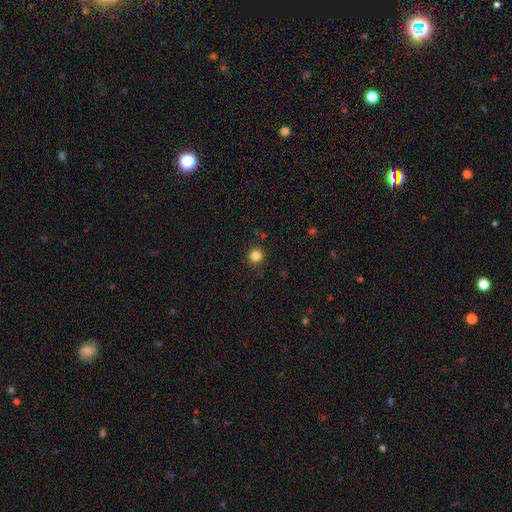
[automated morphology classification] Smooth or featured: smooth — 84% (star or artifact — 12%)
How rounded: round — 95% (in between — 4%)
Merging: none — 91% (minor disturbance — 6%)